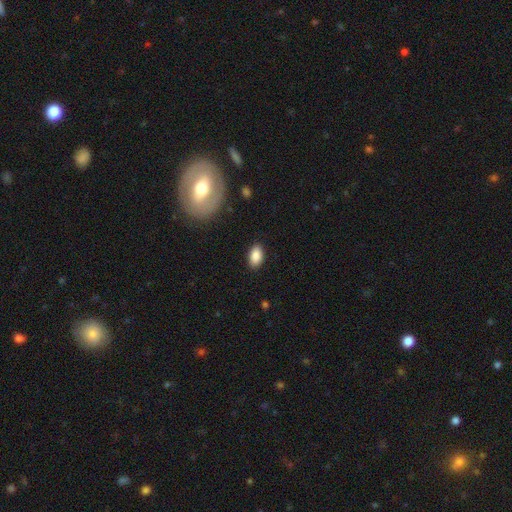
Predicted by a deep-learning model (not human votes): Q: Smooth or featured?
A: smooth (87%); runner-up: star or artifact (8%)
Q: How rounded?
A: in between (93%); runner-up: round (5%)
Q: Merging?
A: none (88%); runner-up: minor disturbance (9%)